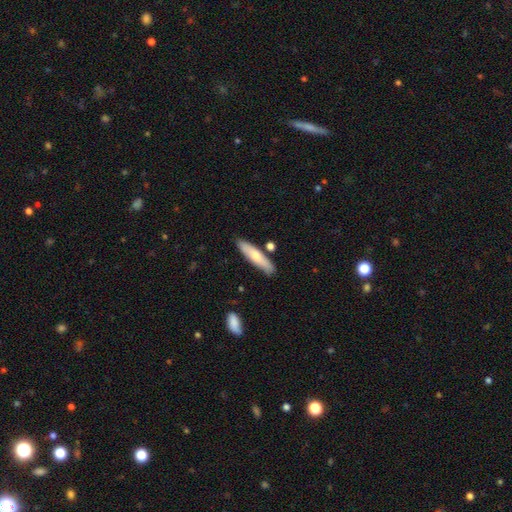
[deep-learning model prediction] This is likely a smooth galaxy (66%). How rounded: likely cigar-shaped (75%). Merging: clearly none (81%).